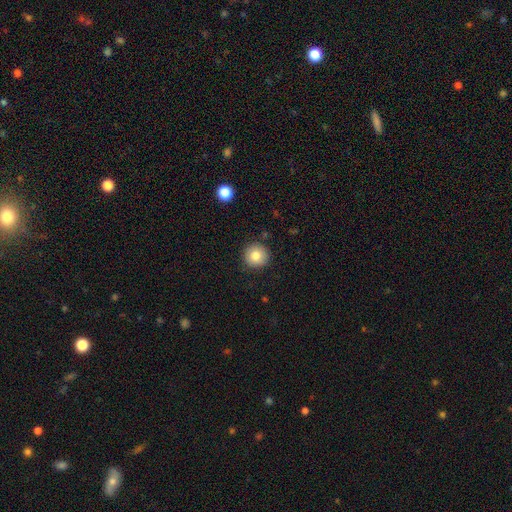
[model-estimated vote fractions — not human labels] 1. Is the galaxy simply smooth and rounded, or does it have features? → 82% smooth, 9% star or artifact, 8% featured or disk.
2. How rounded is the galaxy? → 95% round, 4% in between, 1% cigar-shaped.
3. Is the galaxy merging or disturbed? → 90% none, 7% minor disturbance, 2% major disturbance, 1% merger.